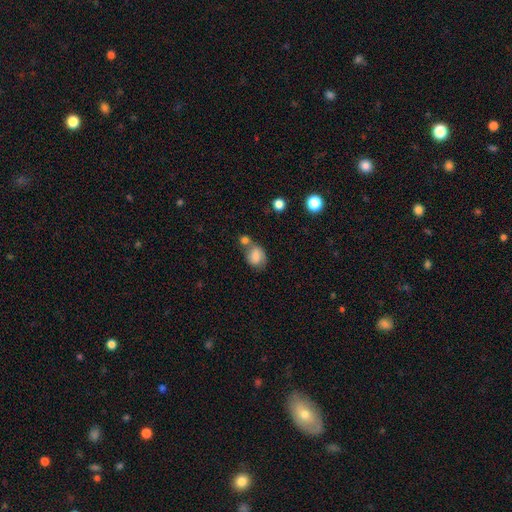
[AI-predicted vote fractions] This is likely a smooth galaxy (73%). How rounded: possibly round (55%). Merging: marginally none (45%).